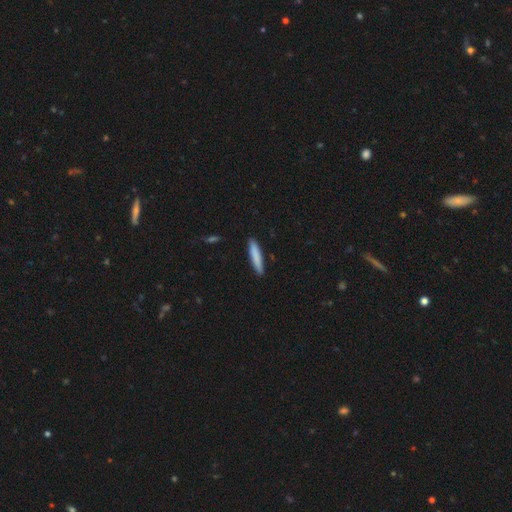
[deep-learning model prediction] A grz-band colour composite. It shows a smooth galaxy with no disk features (83%) that is cigar-shaped (90%). Merging: none (90%).